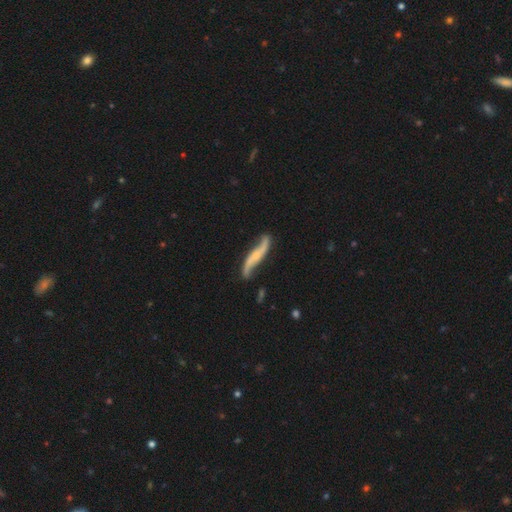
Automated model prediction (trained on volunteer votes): Morphology: type=featured or disk (80%); edge-on=no (74%); bar=no (59%); spiral arms=yes (94%); winding=loose (88%); arm count=2 (93%); bulge=small (62%); merging=none (70%).